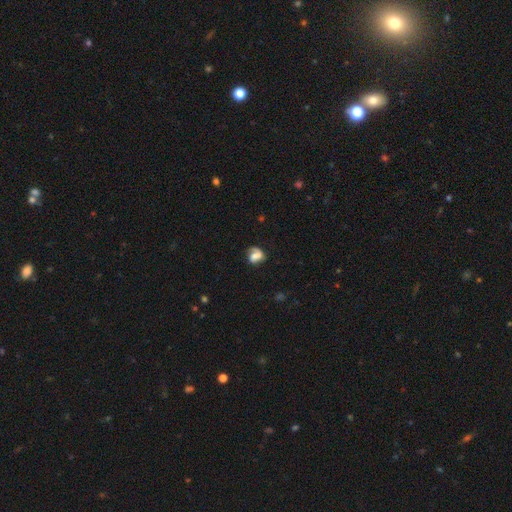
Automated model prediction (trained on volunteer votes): A smooth galaxy with no disk features (48%).

Vote fractions:
- Smooth or featured? smooth: 48% / featured or disk: 41% / star or artifact: 11%
- Merging? none: 44% / minor disturbance: 23% / major disturbance: 20% / merger: 12%